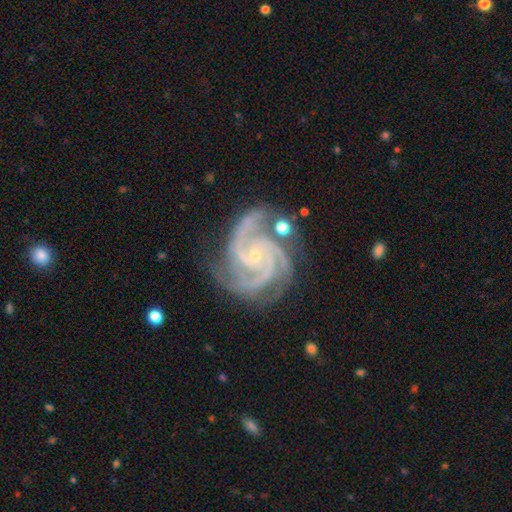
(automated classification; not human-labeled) Morphology: type=featured or disk (94%); edge-on=no (98%); bar=no (65%); spiral arms=yes (99%); winding=tight (64%); arm count=3 (51%); bulge=small (85%); merging=none (71%).